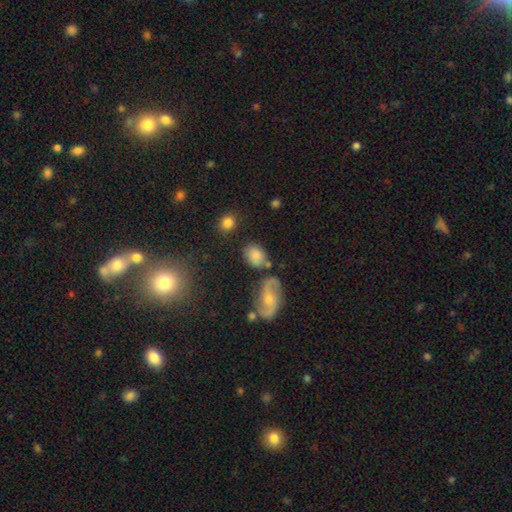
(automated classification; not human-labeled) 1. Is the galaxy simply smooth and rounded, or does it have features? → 74% smooth, 16% featured or disk, 10% star or artifact.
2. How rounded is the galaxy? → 62% in between, 36% round, 2% cigar-shaped.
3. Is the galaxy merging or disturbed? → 65% none, 17% minor disturbance, 12% merger, 6% major disturbance.